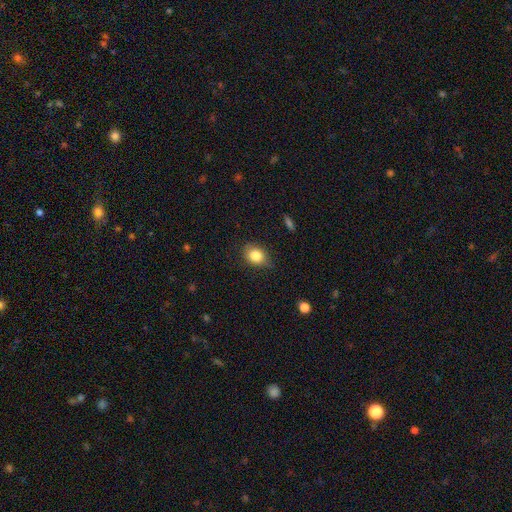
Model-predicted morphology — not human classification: This appears to be a smooth galaxy with no disk features (83%) that is in between round and cigar-shaped (56%). Merging: none (71%).